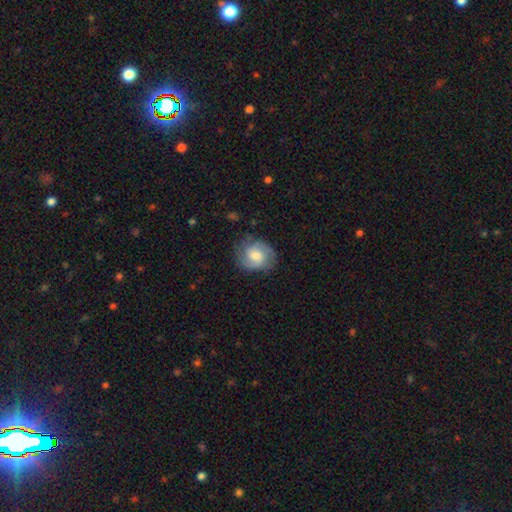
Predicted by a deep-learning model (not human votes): smooth_or_featured: featured or disk (p=0.62) [alt: smooth p=0.31]
disk_edge_on: no (p=0.98) [alt: yes p=0.02]
bar: no (p=0.53) [alt: weak p=0.40]
has_spiral_arms: yes (p=0.91) [alt: no p=0.09]
spiral_winding: medium (p=0.46) [alt: tight p=0.39]
spiral_arm_count: 2 (p=0.72) [alt: can't tell p=0.13]
bulge_size: moderate (p=0.59) [alt: small p=0.29]
merging: none (p=0.75) [alt: minor disturbance p=0.17]